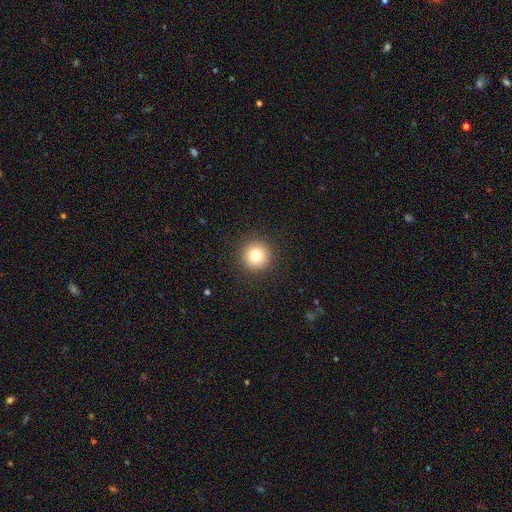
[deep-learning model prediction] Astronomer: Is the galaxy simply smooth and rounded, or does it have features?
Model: smooth — 81%.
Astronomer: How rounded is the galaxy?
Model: round — 96%.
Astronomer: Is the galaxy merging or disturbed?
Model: none — 92%.